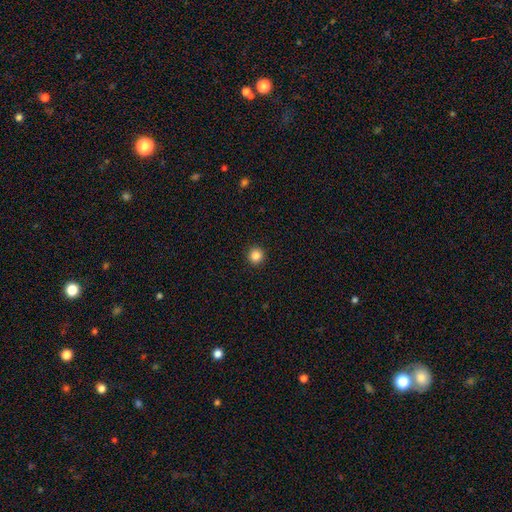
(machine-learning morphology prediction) Smooth or featured? smooth (86%)
How rounded? round (95%)
Merging? none (94%)